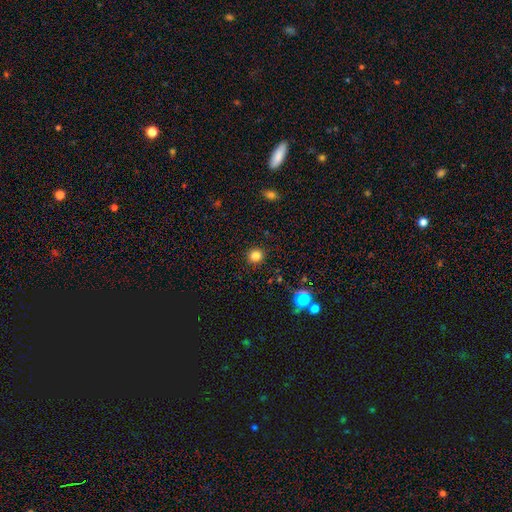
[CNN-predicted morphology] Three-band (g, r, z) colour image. It shows a smooth galaxy with no disk features (83%) that is round (91%). Merging: none (91%).